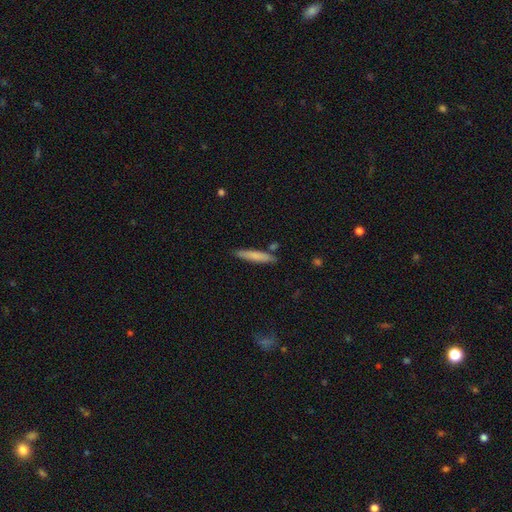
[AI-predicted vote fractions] This is likely a smooth galaxy (75%). How rounded: clearly cigar-shaped (90%). Merging: clearly none (82%).